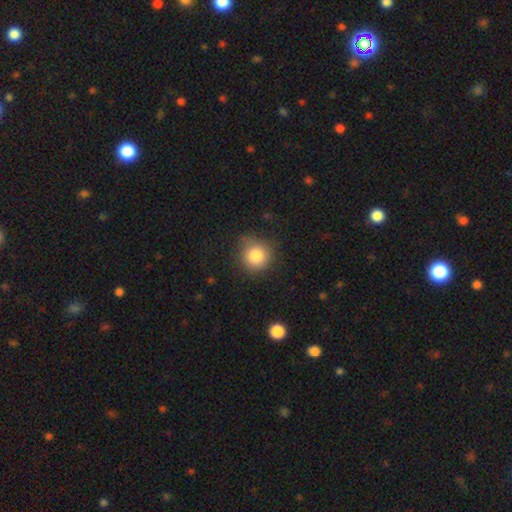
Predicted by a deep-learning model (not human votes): smooth 83%, star or artifact 10%, featured or disk 7%. Down the decision tree: how rounded — round (91%); merging — none (75%).